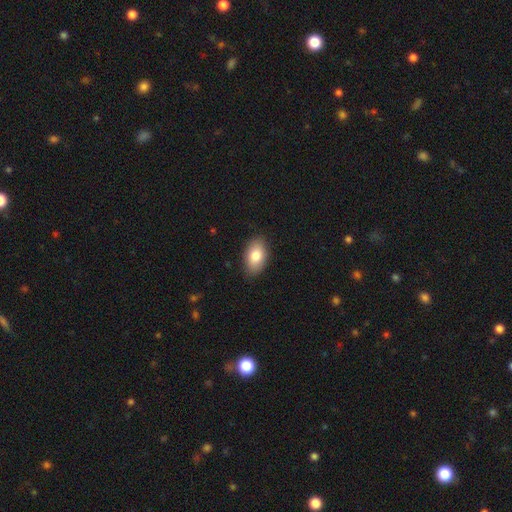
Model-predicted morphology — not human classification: Smooth or featured: smooth — 81% (featured or disk — 11%)
How rounded: in between — 92% (round — 7%)
Merging: none — 87% (minor disturbance — 10%)